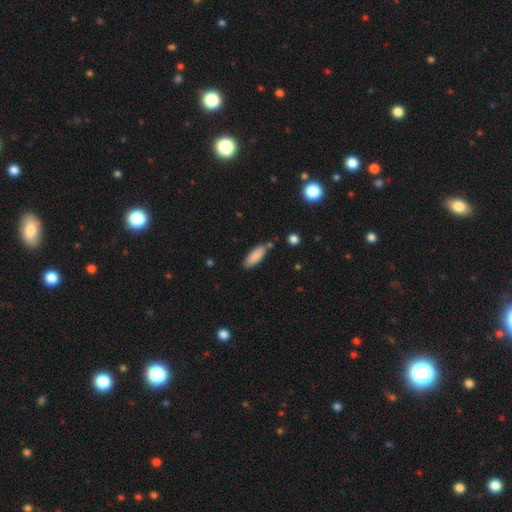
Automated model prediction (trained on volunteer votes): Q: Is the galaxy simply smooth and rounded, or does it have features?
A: smooth — 86%.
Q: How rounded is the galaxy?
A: in between — 63%.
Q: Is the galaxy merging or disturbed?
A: none — 79%.